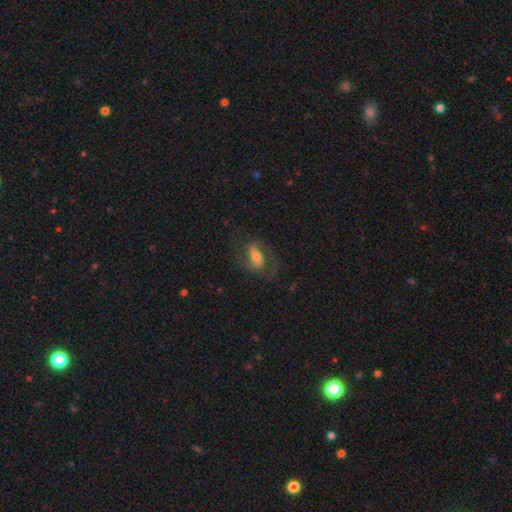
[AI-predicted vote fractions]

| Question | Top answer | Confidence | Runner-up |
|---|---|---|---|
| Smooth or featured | featured or disk | 69% | smooth (22%) |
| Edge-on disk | no | 94% | yes (6%) |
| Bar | weak | 40% | strong (36%) |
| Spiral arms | yes | 86% | no (14%) |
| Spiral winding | medium | 52% | loose (29%) |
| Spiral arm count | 2 | 85% | can't tell (7%) |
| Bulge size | moderate | 57% | small (28%) |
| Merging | none | 67% | minor disturbance (16%) |